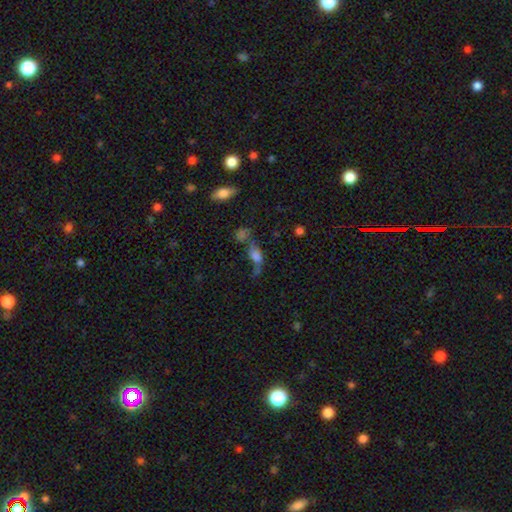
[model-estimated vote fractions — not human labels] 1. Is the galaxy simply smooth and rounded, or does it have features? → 58% smooth, 24% featured or disk, 18% star or artifact.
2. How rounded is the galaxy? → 69% in between, 17% cigar-shaped, 13% round.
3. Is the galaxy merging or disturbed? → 33% merger, 28% none, 23% major disturbance, 16% minor disturbance.